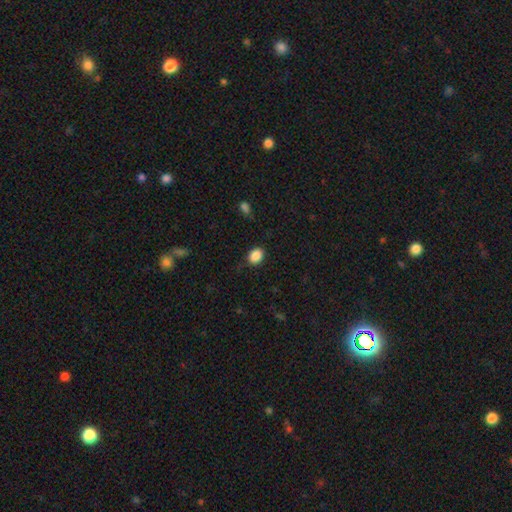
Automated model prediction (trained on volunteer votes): smooth_or_featured: smooth (p=0.88) [alt: star or artifact p=0.09]
how_rounded: in between (p=0.63) [alt: round p=0.36]
merging: none (p=0.85) [alt: minor disturbance p=0.11]